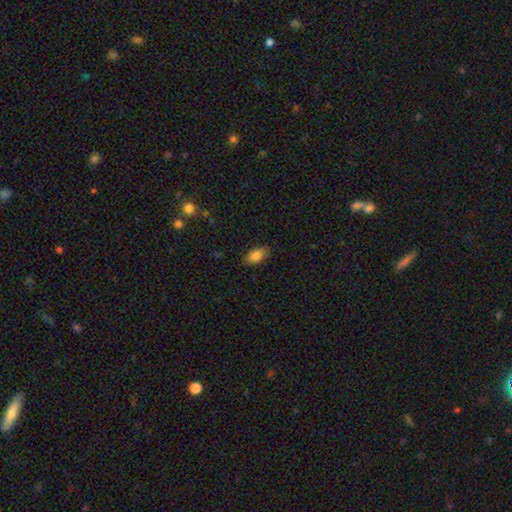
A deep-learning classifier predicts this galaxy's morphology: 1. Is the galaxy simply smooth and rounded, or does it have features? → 83% smooth, 9% featured or disk, 8% star or artifact.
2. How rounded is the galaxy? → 90% in between, 7% round, 4% cigar-shaped.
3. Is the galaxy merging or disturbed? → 81% none, 15% minor disturbance, 3% major disturbance, 1% merger.